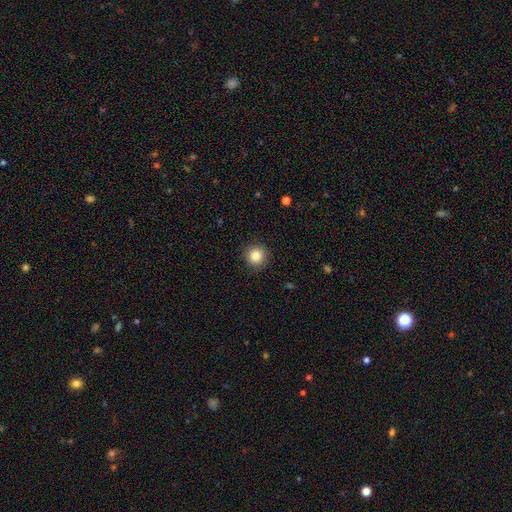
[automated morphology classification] type=smooth (84%); roundness=round (95%); merging=none (92%).